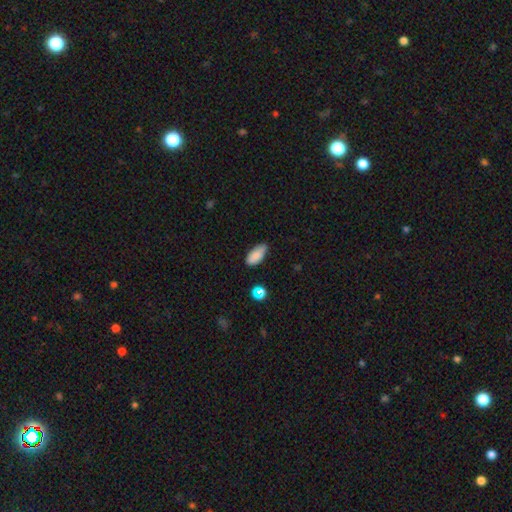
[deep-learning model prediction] A smooth galaxy with no disk features (86%) that is in between round and cigar-shaped (87%).

Vote fractions:
- Smooth or featured? smooth: 86% / star or artifact: 8% / featured or disk: 6%
- How rounded? in between: 87% / cigar-shaped: 10% / round: 3%
- Merging? none: 70% / minor disturbance: 24% / major disturbance: 3% / merger: 2%